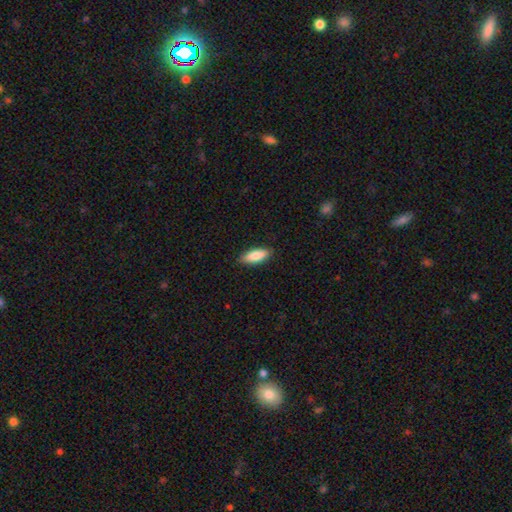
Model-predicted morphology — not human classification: This is clearly a smooth galaxy (85%). How rounded: likely in between (70%). Merging: clearly none (88%).